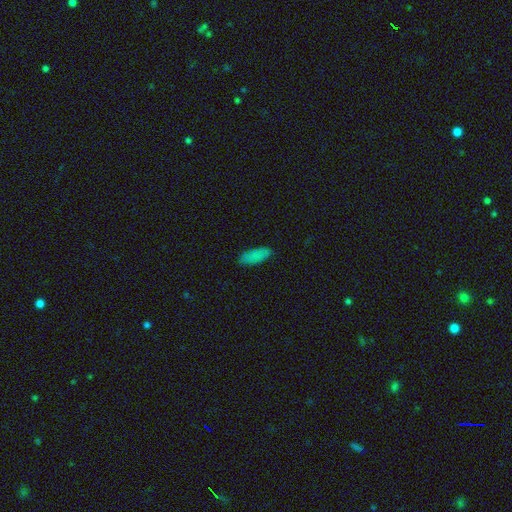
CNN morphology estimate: This is clearly a smooth galaxy (85%). How rounded: likely in between (75%). Merging: clearly none (85%).